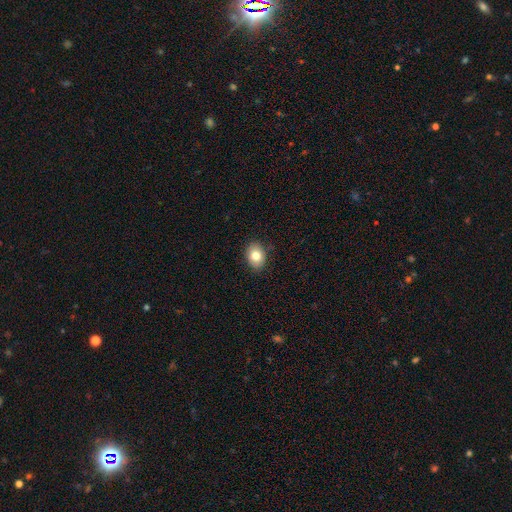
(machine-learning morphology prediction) smooth 81%, featured or disk 10%, star or artifact 8%. Down the decision tree: how rounded — in between (72%); merging — none (87%).